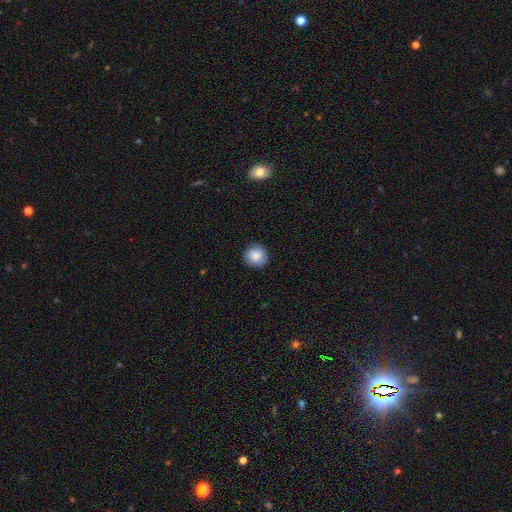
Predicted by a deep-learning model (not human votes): Smooth or featured: smooth — 86% (star or artifact — 8%)
How rounded: round — 94% (in between — 5%)
Merging: none — 90% (minor disturbance — 7%)